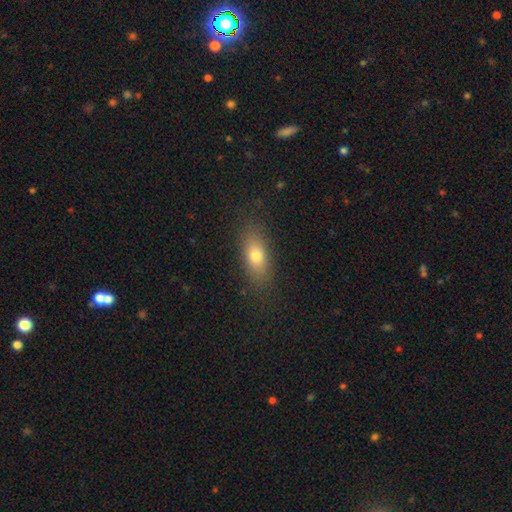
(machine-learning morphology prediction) The model was most divided on "how rounded": in between: 73%, cigar-shaped: 20%, round: 7%. More confident: merging — none (85%); smooth or featured — smooth (73%).